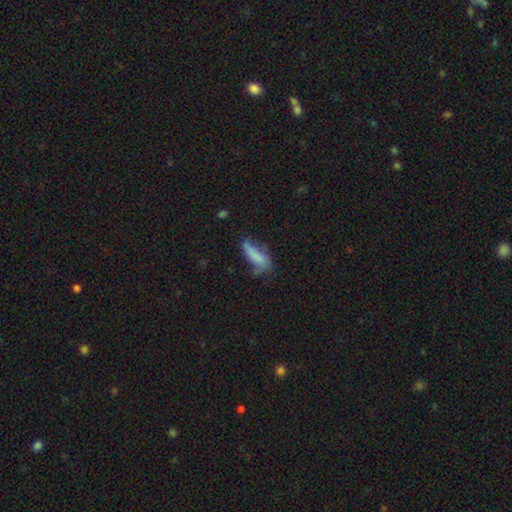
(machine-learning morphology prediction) This is likely a smooth galaxy (72%). How rounded: possibly cigar-shaped (50%). Merging: marginally none (36%).